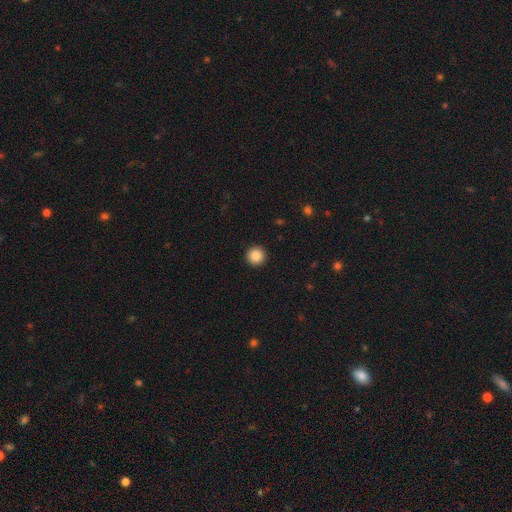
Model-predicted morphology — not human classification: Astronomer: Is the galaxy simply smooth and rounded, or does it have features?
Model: smooth — 88%.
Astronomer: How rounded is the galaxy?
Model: round — 96%.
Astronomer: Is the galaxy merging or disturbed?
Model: none — 93%.